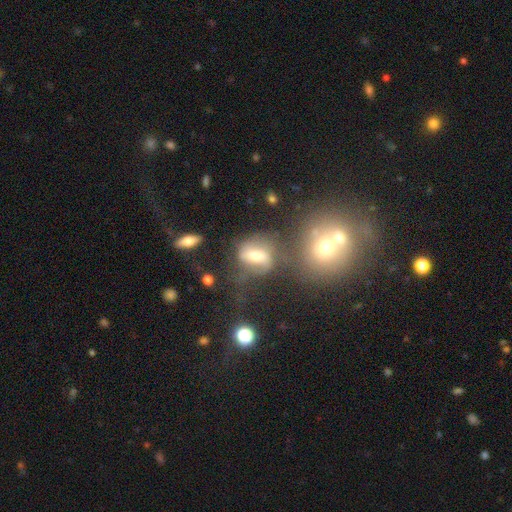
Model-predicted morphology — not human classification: Smooth or featured? featured or disk (50%)
Merging? none (48%)